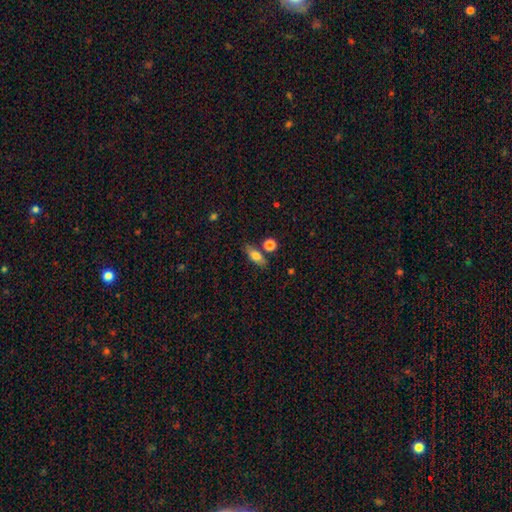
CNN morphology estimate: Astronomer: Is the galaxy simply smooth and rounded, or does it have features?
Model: smooth — 73%.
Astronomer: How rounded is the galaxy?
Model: in between — 69%.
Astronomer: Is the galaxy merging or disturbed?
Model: none — 74%.